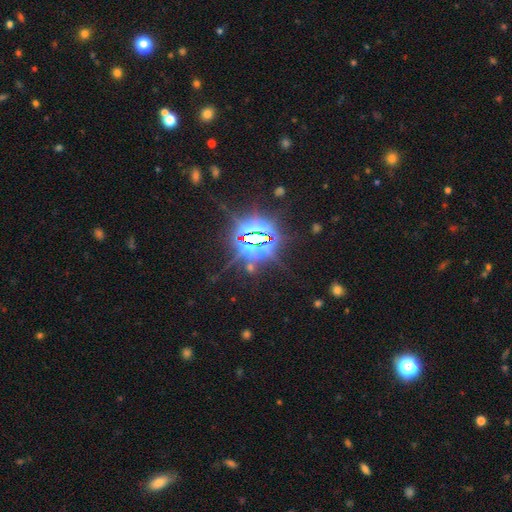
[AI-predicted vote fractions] A star or artifact, not a galaxy (82%).

Vote fractions:
- Smooth or featured? star or artifact: 82% / smooth: 11% / featured or disk: 7%